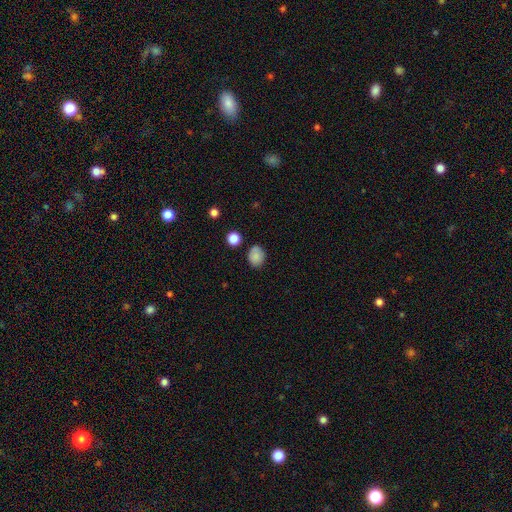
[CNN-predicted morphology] type=smooth (84%); roundness=round (52%); merging=none (77%).